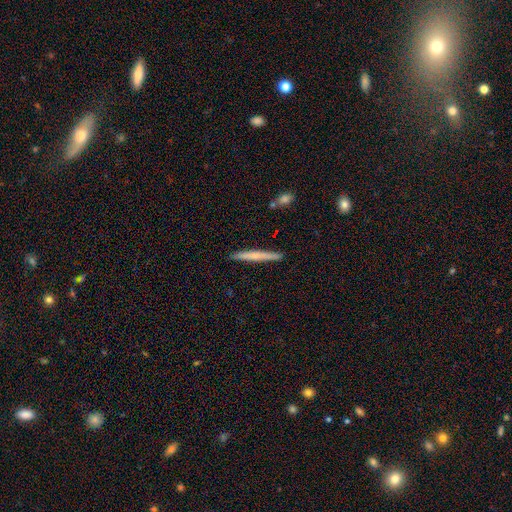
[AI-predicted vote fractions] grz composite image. It shows a smooth galaxy with no disk features (59%) that is cigar-shaped (96%). Merging: none (91%).